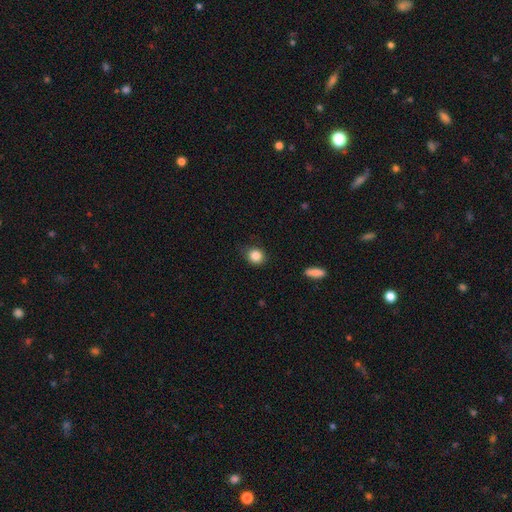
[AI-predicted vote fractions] A smooth galaxy with no disk features (85%) that is round (82%). Merging: none (81%).